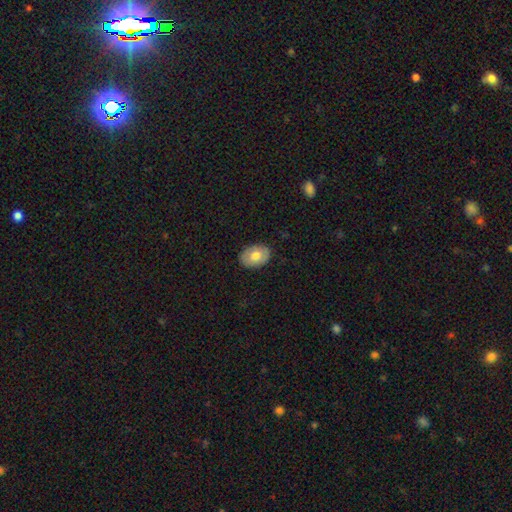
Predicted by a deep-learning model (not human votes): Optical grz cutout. It shows a smooth galaxy with no disk features (70%) that is in between round and cigar-shaped (82%). Merging: none (87%).